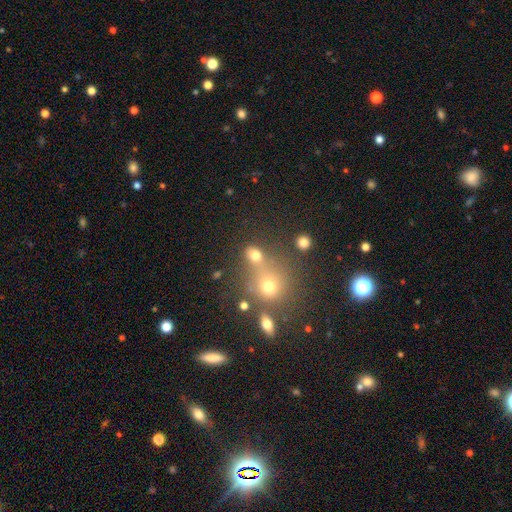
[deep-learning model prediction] Q: Smooth or featured?
A: smooth (72%); runner-up: star or artifact (18%)
Q: How rounded?
A: round (59%); runner-up: in between (39%)
Q: Merging?
A: none (50%); runner-up: merger (30%)